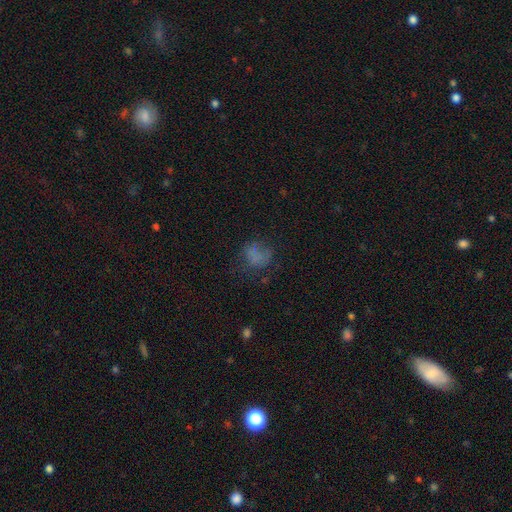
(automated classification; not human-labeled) Smooth or featured?
  - smooth: 63% *
  - featured or disk: 19%
  - star or artifact: 18%
How rounded?
  - round: 63% *
  - in between: 36%
  - cigar-shaped: 1%
Merging?
  - none: 51% *
  - minor disturbance: 23%
  - major disturbance: 22%
  - merger: 4%